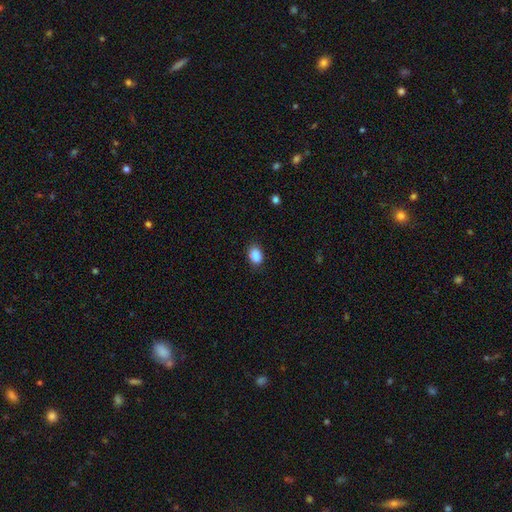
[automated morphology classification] This appears to be a smooth galaxy with no disk features (88%) that is in between round and cigar-shaped (79%). Merging: none (85%).